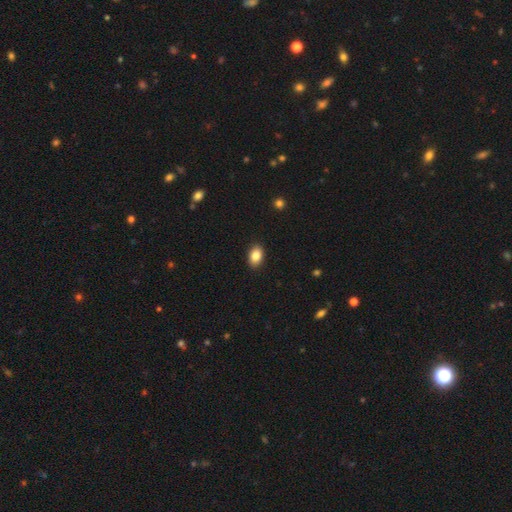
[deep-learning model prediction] Smooth or featured? smooth (86%)
How rounded? in between (84%)
Merging? none (90%)